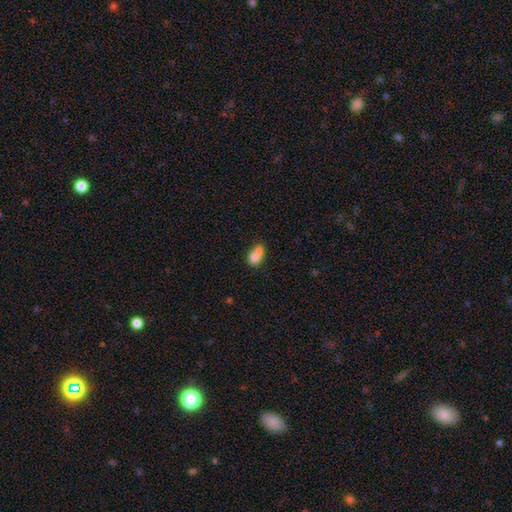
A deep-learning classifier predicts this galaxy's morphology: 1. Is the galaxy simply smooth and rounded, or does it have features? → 72% smooth, 18% featured or disk, 10% star or artifact.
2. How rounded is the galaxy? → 62% in between, 36% round, 2% cigar-shaped.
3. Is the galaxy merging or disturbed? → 60% merger, 23% none, 11% minor disturbance, 5% major disturbance.